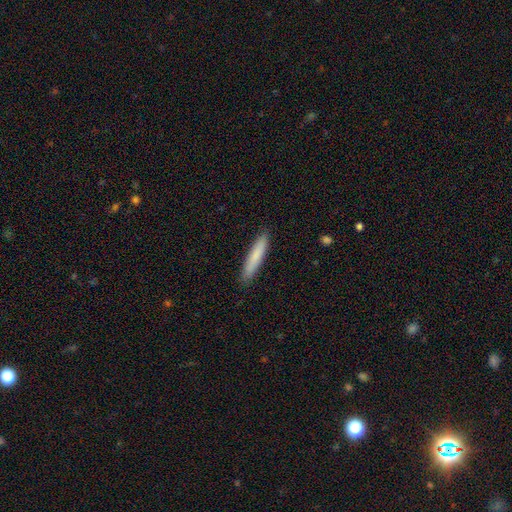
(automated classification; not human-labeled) smooth 80%, featured or disk 14%, star or artifact 6%. Down the decision tree: how rounded — cigar-shaped (92%); merging — none (90%).